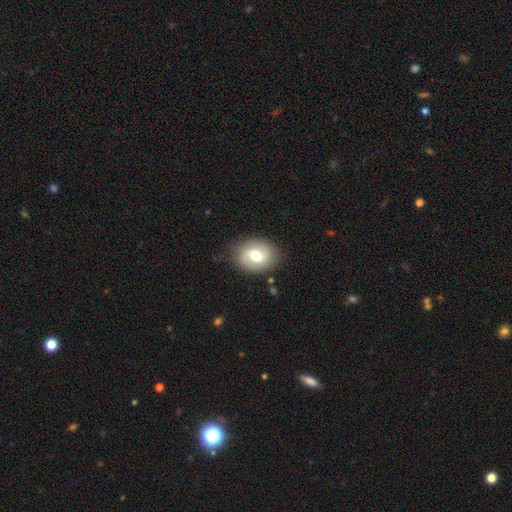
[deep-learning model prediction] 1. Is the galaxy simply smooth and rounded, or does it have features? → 50% featured or disk, 44% smooth, 6% star or artifact.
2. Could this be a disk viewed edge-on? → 96% no, 4% yes.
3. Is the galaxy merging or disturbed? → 83% none, 12% minor disturbance, 4% major disturbance, 1% merger.